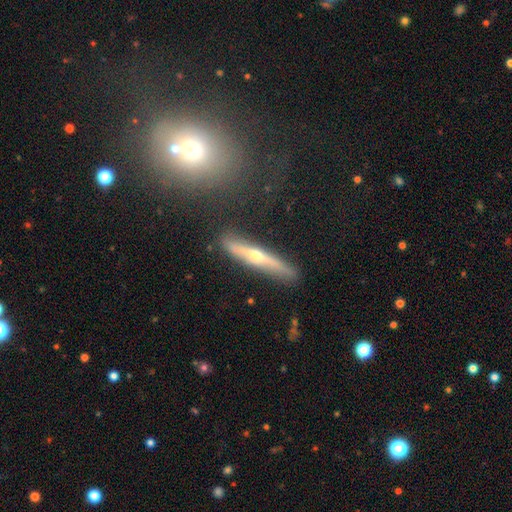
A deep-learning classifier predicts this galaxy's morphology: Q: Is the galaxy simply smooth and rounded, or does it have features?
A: featured or disk — 63%.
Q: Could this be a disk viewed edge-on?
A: yes — 92%.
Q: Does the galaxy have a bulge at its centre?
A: rounded — 87%.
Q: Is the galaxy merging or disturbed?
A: none — 83%.